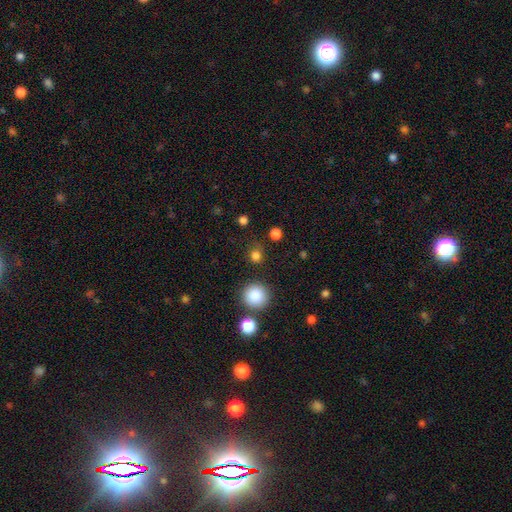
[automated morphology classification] Q: Smooth or featured?
A: smooth (81%); runner-up: star or artifact (15%)
Q: How rounded?
A: round (87%); runner-up: in between (12%)
Q: Merging?
A: none (78%); runner-up: minor disturbance (11%)